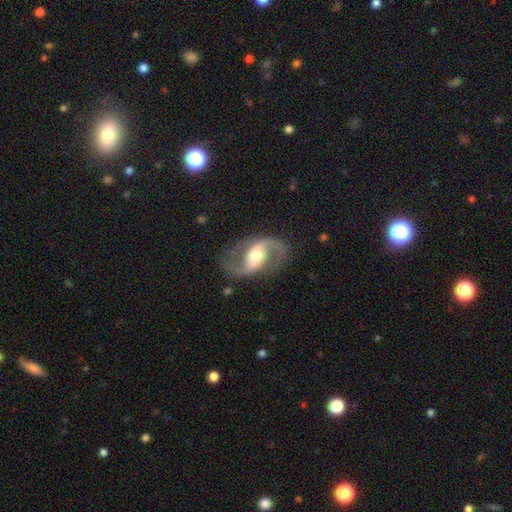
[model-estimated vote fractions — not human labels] Overall: featured or disk (89%). Edge-on disk: no (97%). Bar: weak (40%; strong 32%). Spiral arms: yes (95%). Spiral arm count: 2 (93%). Spiral winding: loose (47%; medium 44%). Bulge size: moderate (66%). Merging: none (80%).